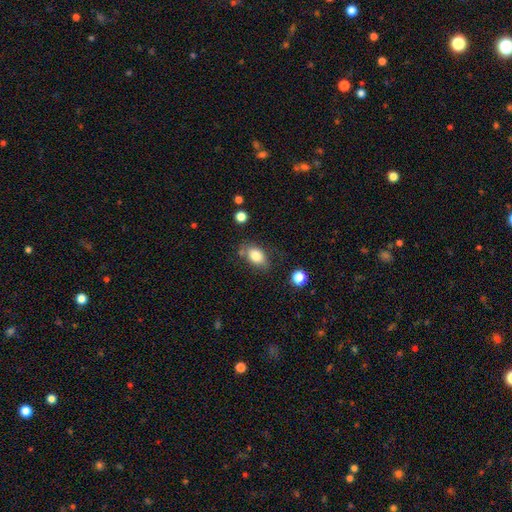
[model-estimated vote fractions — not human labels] smooth-or-featured: smooth: 82% | featured or disk: 10% | star or artifact: 8%
  how-rounded: in between: 85% | round: 13% | cigar-shaped: 2%
  merging: none: 68% | minor disturbance: 19% | merger: 6% | major disturbance: 6%